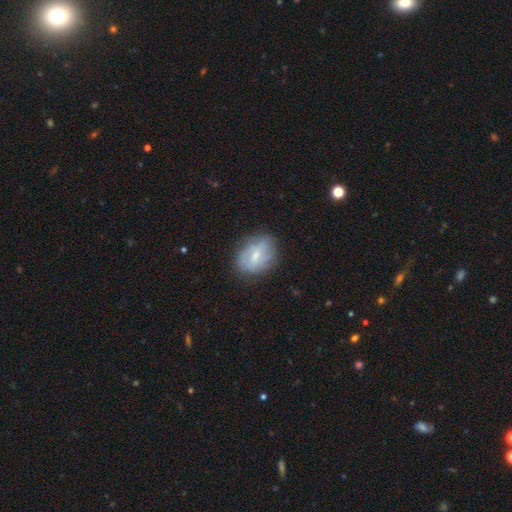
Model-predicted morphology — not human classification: A featured or disk galaxy (46%, tied with smooth).

Vote fractions:
- Smooth or featured? featured or disk: 46% (tied) / smooth: 46% (tied) / star or artifact: 8%
- Merging? none: 71% / minor disturbance: 21% / major disturbance: 7% / merger: 1%